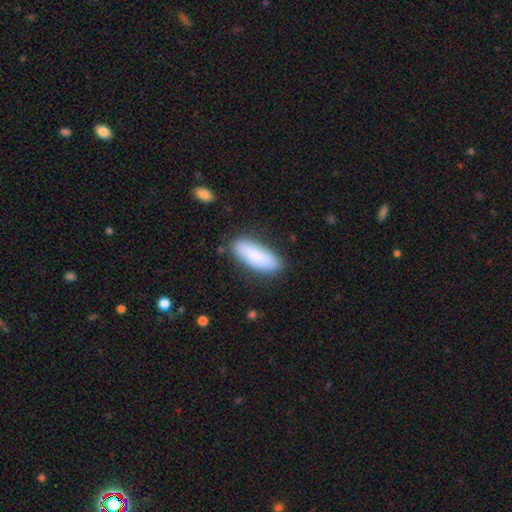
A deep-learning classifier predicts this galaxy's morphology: type=smooth (83%); roundness=in between (69%); merging=none (81%).